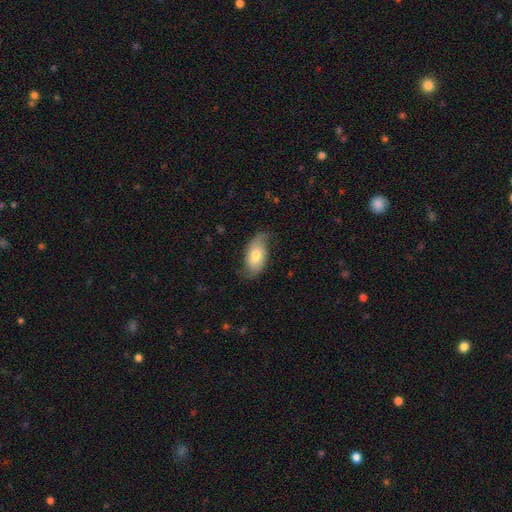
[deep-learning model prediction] Smooth or featured? Predicted: smooth (p=0.48). Merging? Predicted: none (p=0.61).